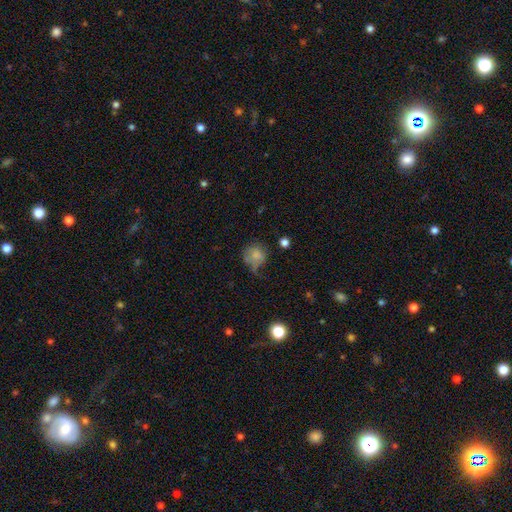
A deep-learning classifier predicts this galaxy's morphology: Q: Smooth or featured?
A: smooth (75%); runner-up: featured or disk (14%)
Q: How rounded?
A: round (75%); runner-up: in between (24%)
Q: Merging?
A: none (39%); runner-up: minor disturbance (33%)